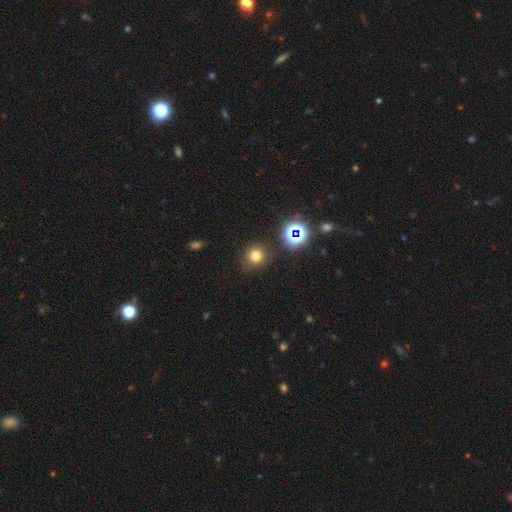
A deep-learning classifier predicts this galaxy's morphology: The model was most divided on "smooth or featured": smooth: 72%, star or artifact: 21%, featured or disk: 7%. More confident: how rounded — round (88%); merging — none (83%).